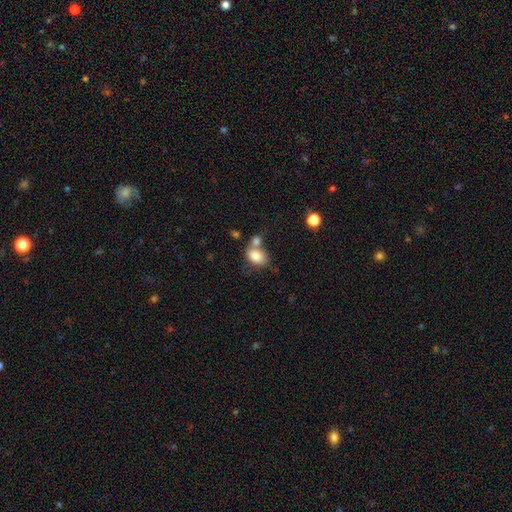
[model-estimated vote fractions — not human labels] Morphology: type=smooth (81%); roundness=in between (72%); merging=merger (41%).